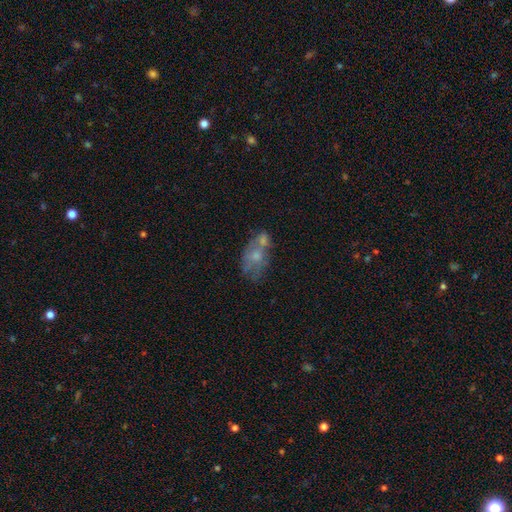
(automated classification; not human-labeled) Smooth or featured? featured or disk (49%)
Merging? merger (34%)